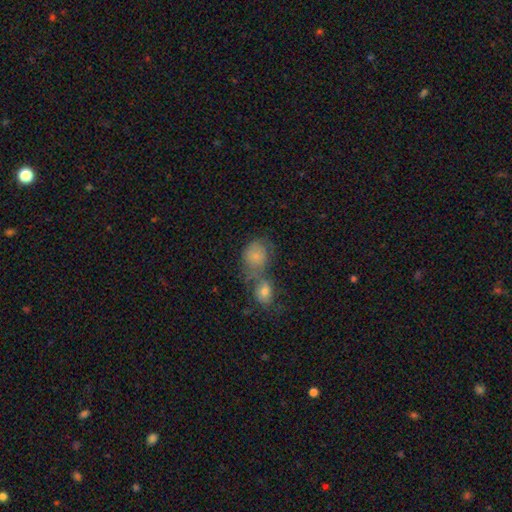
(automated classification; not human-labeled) This is likely a smooth galaxy (76%). How rounded: likely round (63%). Merging: possibly merger (54%).